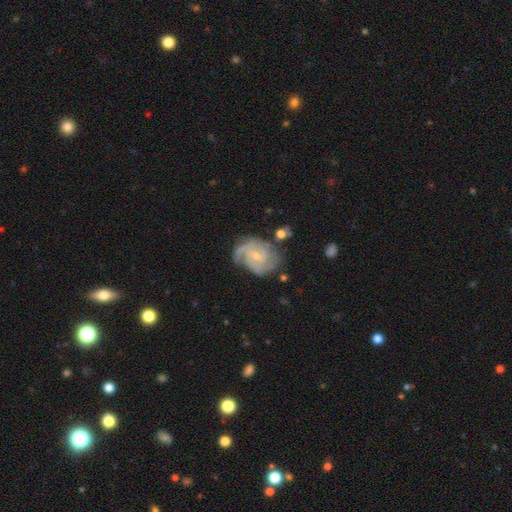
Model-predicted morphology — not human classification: Smooth or featured? Predicted: featured or disk (p=0.88). Edge-on disk? Predicted: no (p=0.98). Bar? Predicted: no (p=0.49). Spiral arms? Predicted: yes (p=0.98). Spiral winding? Predicted: tight (p=0.50). Spiral arm count? Predicted: 3 (p=0.41). Bulge size? Predicted: small (p=0.68). Merging? Predicted: none (p=0.66).